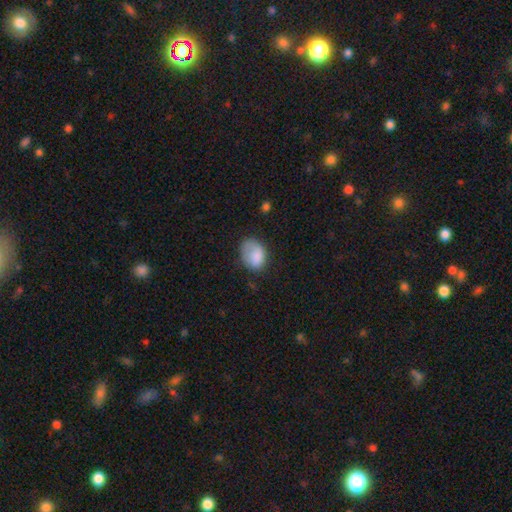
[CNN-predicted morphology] A smooth galaxy with no disk features (82%) that is in between round and cigar-shaped (72%). Merging: none (48%).